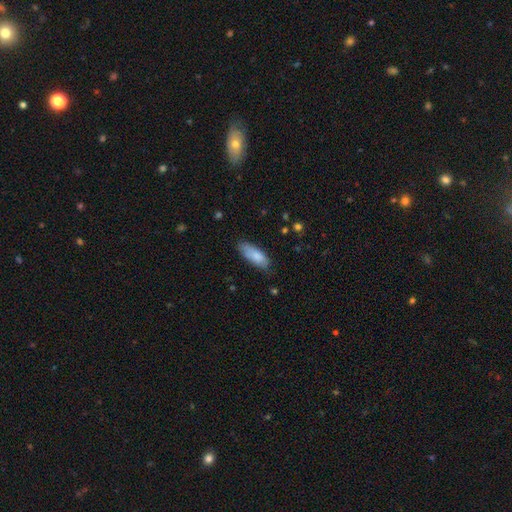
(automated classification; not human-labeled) The model was most divided on "how rounded": in between: 69%, cigar-shaped: 29%, round: 2%. More confident: smooth or featured — smooth (85%); merging — none (74%).